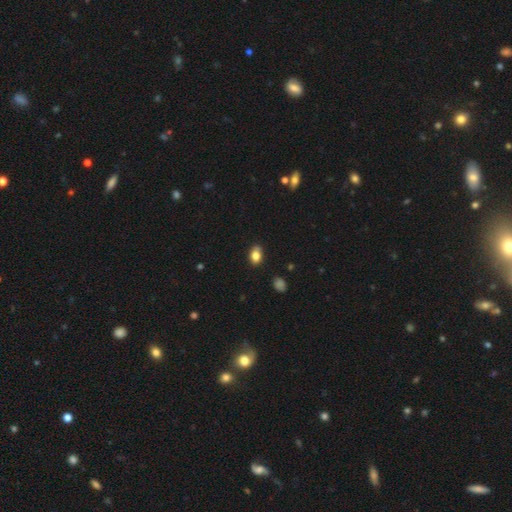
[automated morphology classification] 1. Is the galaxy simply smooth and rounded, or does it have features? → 82% smooth, 9% featured or disk, 9% star or artifact.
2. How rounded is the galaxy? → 80% in between, 18% round, 2% cigar-shaped.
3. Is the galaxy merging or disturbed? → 79% none, 17% minor disturbance, 3% major disturbance, 2% merger.